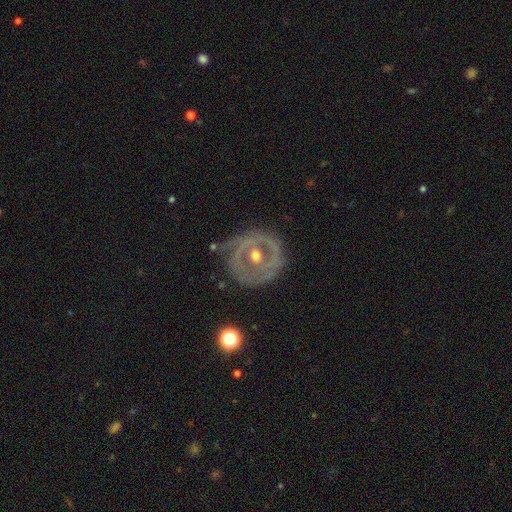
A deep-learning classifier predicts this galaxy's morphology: smooth-or-featured: featured or disk: 72% | smooth: 21% | star or artifact: 6%
  disk-edge-on: no: 95% | yes: 5%
    bar: no: 69% | weak: 21% | strong: 10%
    has-spiral-arms: no: 65% | yes: 35%
    bulge-size: moderate: 75% | small: 19% | large: 4% | none: 1% | dominant: 1%
  merging: none: 66% | minor disturbance: 21% | major disturbance: 10% | merger: 3%